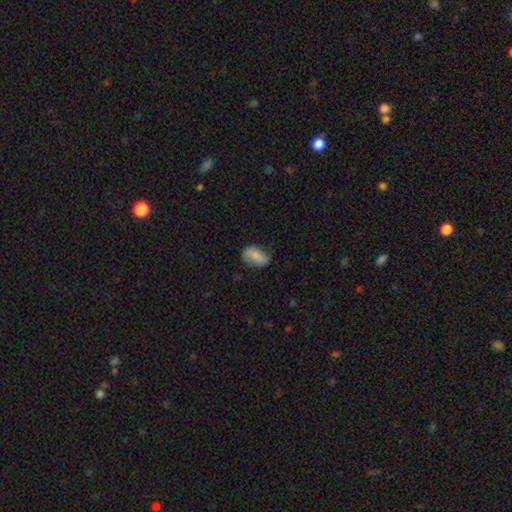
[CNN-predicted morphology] This is likely a smooth galaxy (68%). How rounded: clearly in between (89%). Merging: likely none (65%).